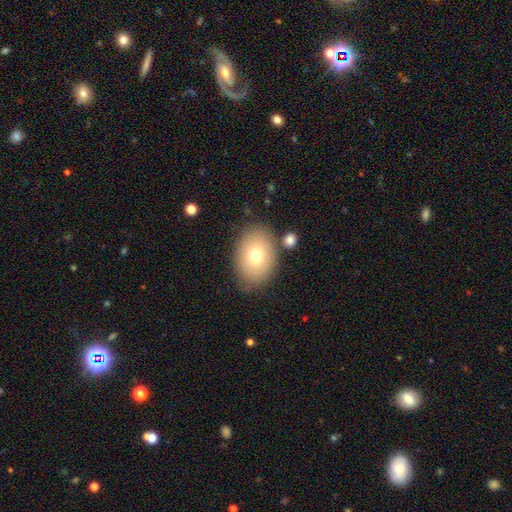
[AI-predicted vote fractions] smooth 75%, featured or disk 17%, star or artifact 8%. Down the decision tree: how rounded — in between (80%); merging — none (79%).